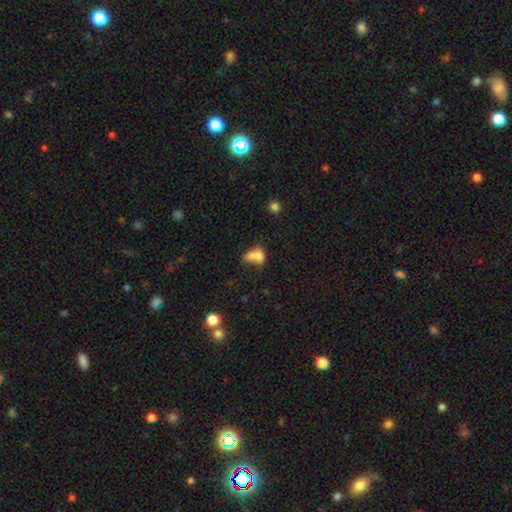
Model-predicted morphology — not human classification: Overall: smooth (71%). How rounded: in between (75%). Merging: merger (53%; none 21%).